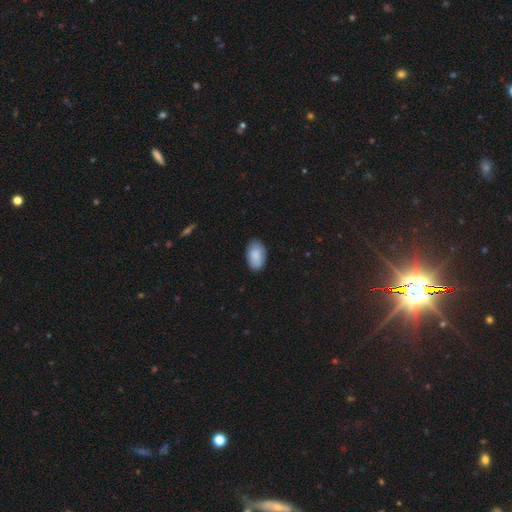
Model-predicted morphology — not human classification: Smooth or featured? Predicted: smooth (p=0.87). How rounded? Predicted: in between (p=0.94). Merging? Predicted: none (p=0.83).